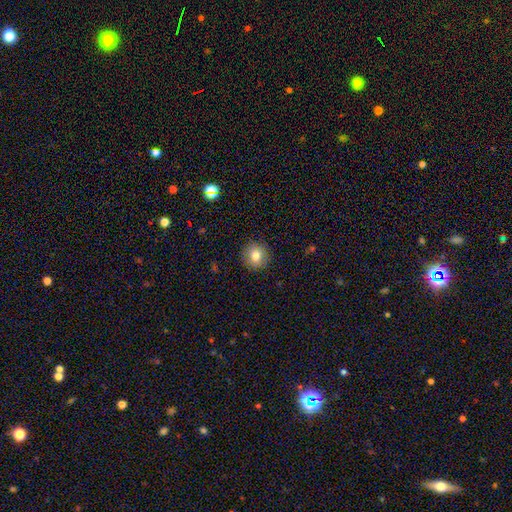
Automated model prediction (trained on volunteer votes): smooth-or-featured: smooth: 80% | star or artifact: 10% | featured or disk: 10%
  how-rounded: round: 91% | in between: 8% | cigar-shaped: 1%
  merging: none: 91% | minor disturbance: 6% | major disturbance: 2% | merger: 1%